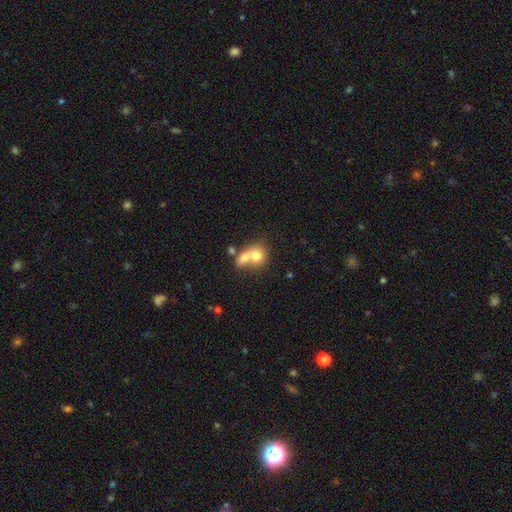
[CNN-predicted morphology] Smooth or featured?
  - smooth: 72% *
  - featured or disk: 19%
  - star or artifact: 9%
How rounded?
  - round: 61% *
  - in between: 37%
  - cigar-shaped: 2%
Merging?
  - merger: 65% *
  - none: 22%
  - minor disturbance: 8%
  - major disturbance: 6%